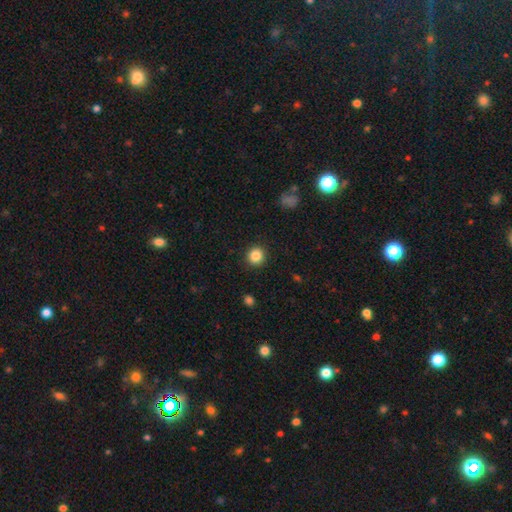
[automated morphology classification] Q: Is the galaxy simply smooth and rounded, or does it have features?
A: smooth — 85%.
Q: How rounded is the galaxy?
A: round — 91%.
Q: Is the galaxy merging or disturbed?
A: none — 91%.